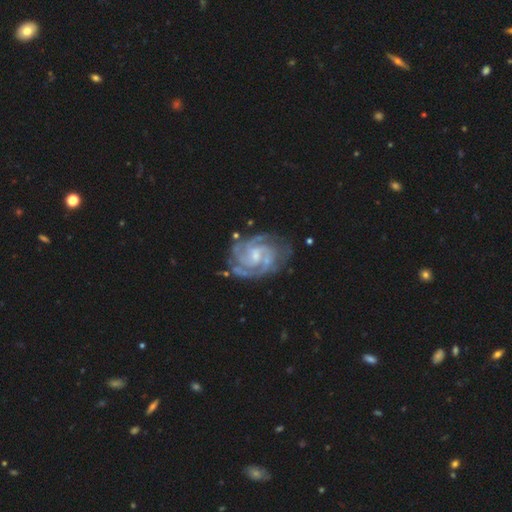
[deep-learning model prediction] Morphology: type=featured or disk (91%); edge-on=no (98%); bar=weak (47%); spiral arms=yes (98%); winding=tight (63%); arm count=2 (33%, tied with 3); bulge=small (51%); merging=none (70%).